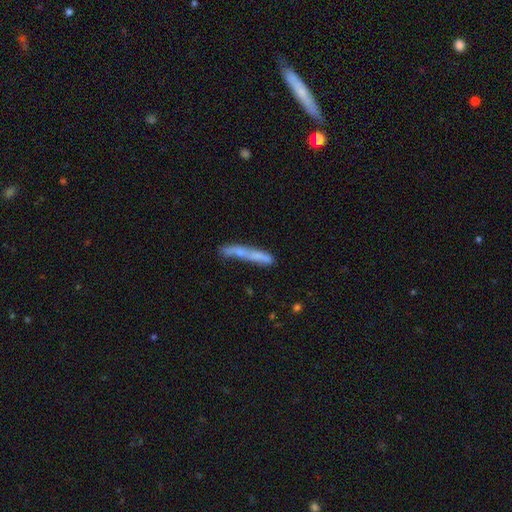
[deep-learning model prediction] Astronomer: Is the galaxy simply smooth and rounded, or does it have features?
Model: smooth — 54% (runner-up: featured or disk, 39%).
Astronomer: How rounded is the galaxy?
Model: cigar-shaped — 93%.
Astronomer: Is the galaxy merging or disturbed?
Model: none — 60%.